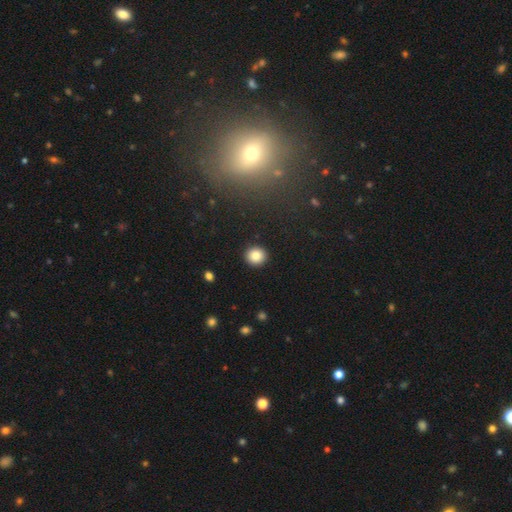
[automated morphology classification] Smooth or featured? Predicted: smooth (p=0.85). How rounded? Predicted: round (p=0.88). Merging? Predicted: none (p=0.92).